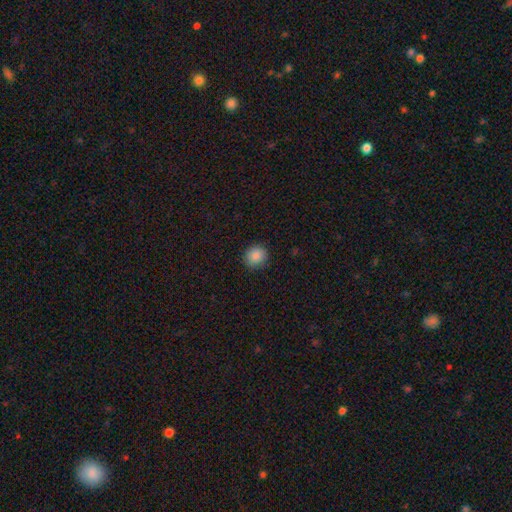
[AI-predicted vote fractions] Smooth or featured? smooth (87%)
How rounded? round (80%)
Merging? none (89%)